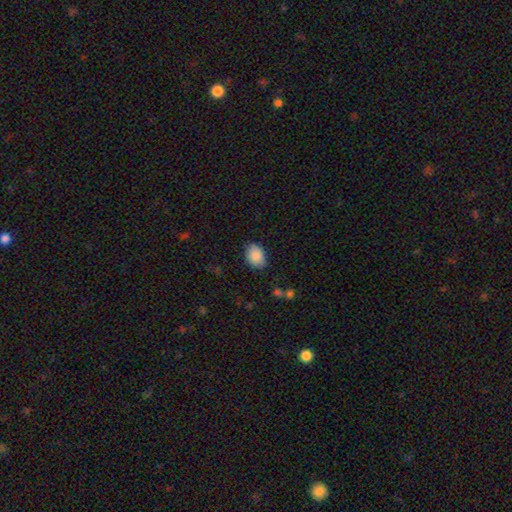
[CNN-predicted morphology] smooth_or_featured: smooth (p=0.88) [alt: star or artifact p=0.07]
how_rounded: in between (p=0.72) [alt: round p=0.27]
merging: none (p=0.80) [alt: minor disturbance p=0.15]